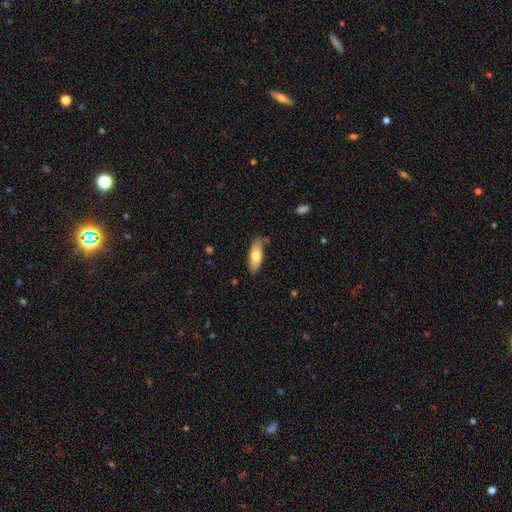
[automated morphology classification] Smooth or featured?
  - smooth: 72% *
  - featured or disk: 22%
  - star or artifact: 6%
How rounded?
  - in between: 68% *
  - cigar-shaped: 30%
  - round: 2%
Merging?
  - none: 81% *
  - minor disturbance: 14%
  - merger: 3%
  - major disturbance: 2%